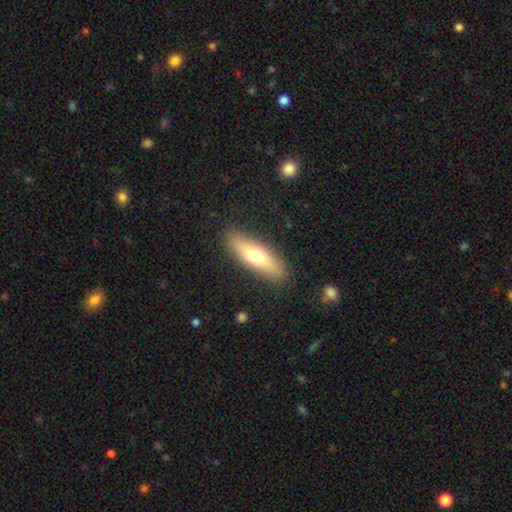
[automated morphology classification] Overall: smooth (65%; featured or disk 29%). How rounded: in between (49%; cigar-shaped 48%). Merging: none (87%).